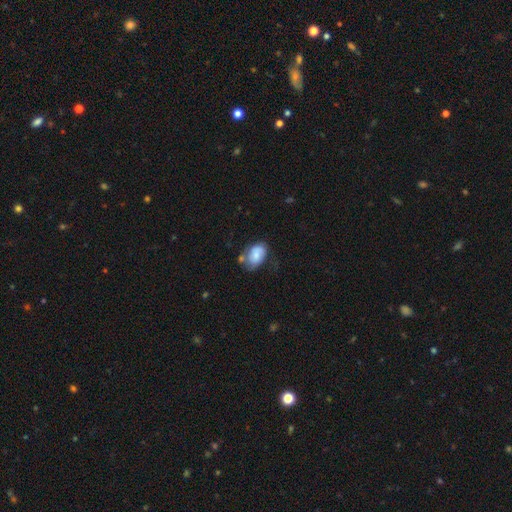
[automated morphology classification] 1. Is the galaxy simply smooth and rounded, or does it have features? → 64% smooth, 28% featured or disk, 8% star or artifact.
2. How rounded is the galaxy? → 86% in between, 13% round, 1% cigar-shaped.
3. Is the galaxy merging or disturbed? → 46% none, 30% minor disturbance, 13% major disturbance, 11% merger.